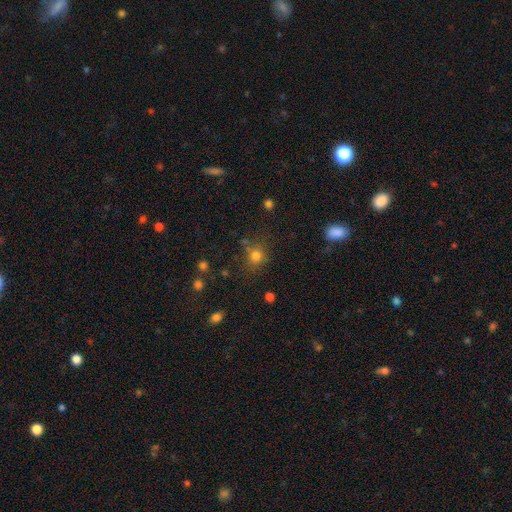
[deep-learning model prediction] smooth_or_featured: smooth (p=0.76) [alt: star or artifact p=0.17]
how_rounded: round (p=0.84) [alt: in between p=0.15]
merging: none (p=0.72) [alt: minor disturbance p=0.14]